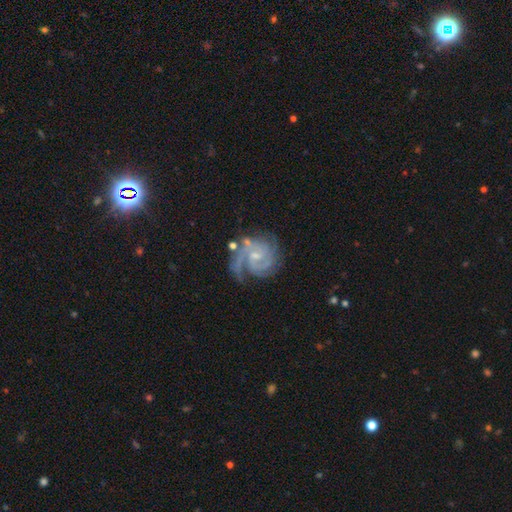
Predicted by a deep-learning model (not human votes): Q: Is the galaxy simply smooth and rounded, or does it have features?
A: featured or disk — 89%.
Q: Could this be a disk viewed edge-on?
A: no — 98%.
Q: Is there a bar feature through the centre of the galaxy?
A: weak — 46%.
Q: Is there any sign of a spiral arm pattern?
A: yes — 98%.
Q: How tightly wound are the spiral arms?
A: tight — 60%.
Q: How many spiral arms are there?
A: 2 — 36%.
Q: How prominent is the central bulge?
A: small — 64%.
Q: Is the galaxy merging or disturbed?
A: none — 62%.